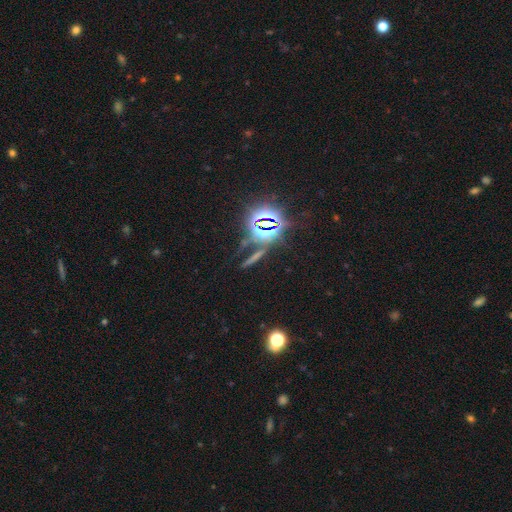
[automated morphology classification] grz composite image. It shows a star or artifact, not a galaxy (71%).